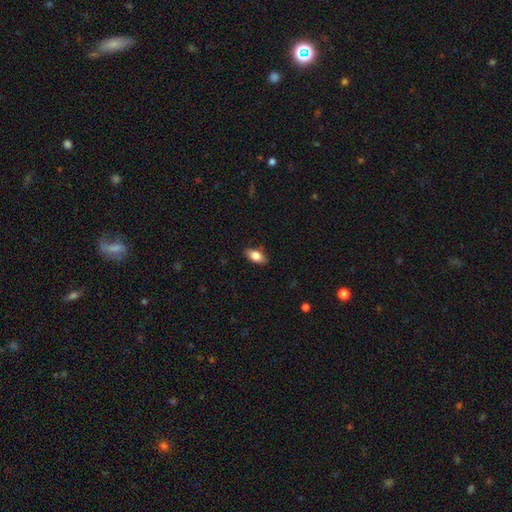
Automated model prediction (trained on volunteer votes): The model was most divided on "smooth or featured": smooth: 79%, featured or disk: 14%, star or artifact: 7%. More confident: how rounded — in between (88%); merging — none (86%).